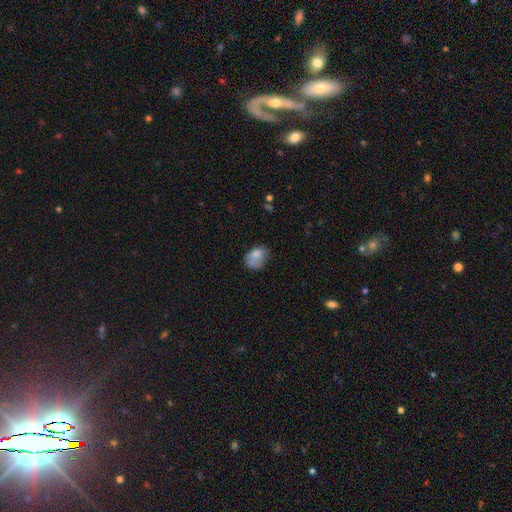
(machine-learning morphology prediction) smooth 74%, featured or disk 16%, star or artifact 9%. Down the decision tree: how rounded — in between (71%); merging — none (42%).